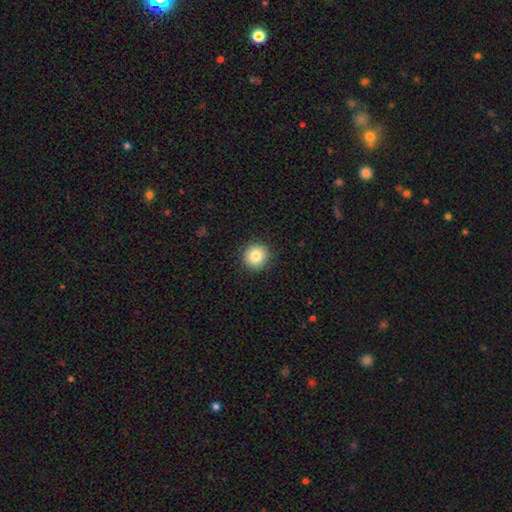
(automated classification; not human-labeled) The model was most divided on "smooth or featured": smooth: 83%, star or artifact: 10%, featured or disk: 8%. More confident: how rounded — round (93%); merging — none (91%).